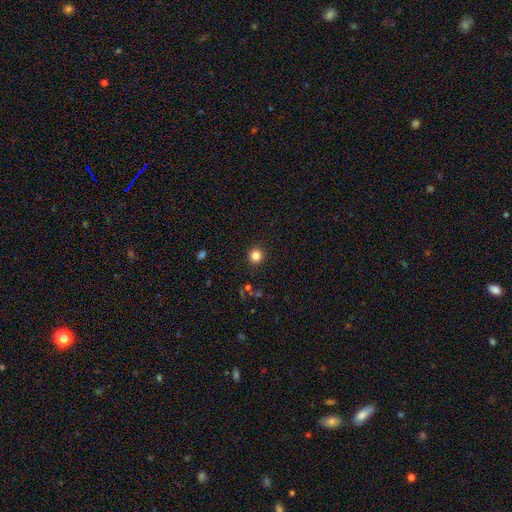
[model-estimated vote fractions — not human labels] This appears to be a smooth galaxy with no disk features (83%) that is round (94%). Merging: none (92%).